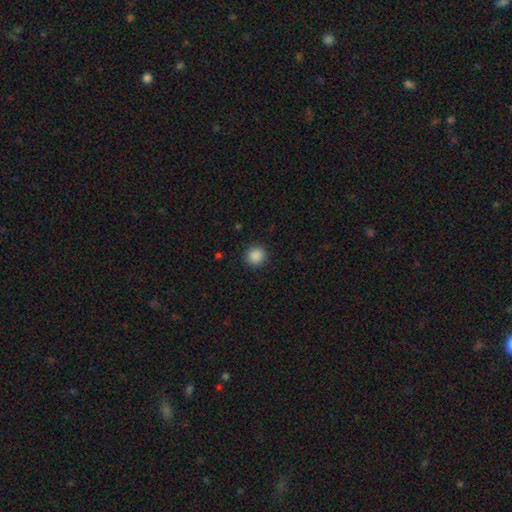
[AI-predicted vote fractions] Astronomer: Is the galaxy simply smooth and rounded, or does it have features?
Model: smooth — 88%.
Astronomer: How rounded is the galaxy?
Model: round — 92%.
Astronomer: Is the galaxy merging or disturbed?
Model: none — 91%.